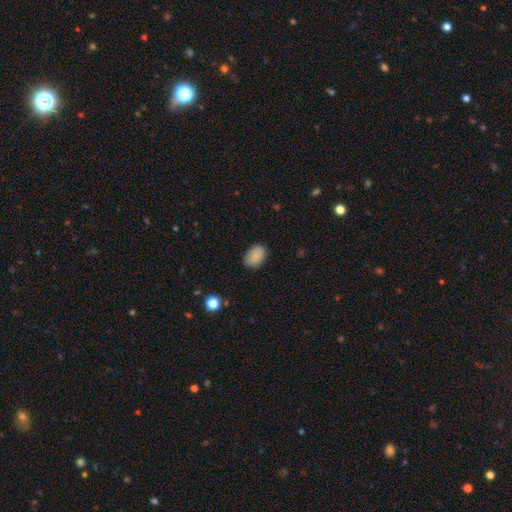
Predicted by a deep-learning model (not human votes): Smooth or featured: smooth — 87% (star or artifact — 8%)
How rounded: in between — 86% (round — 13%)
Merging: none — 84% (minor disturbance — 12%)